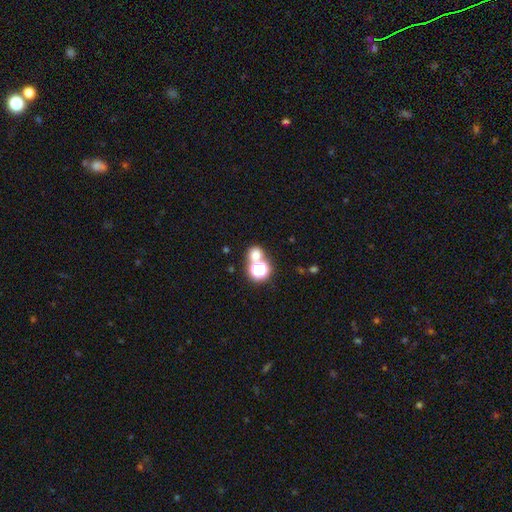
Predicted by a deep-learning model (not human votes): Smooth or featured? Predicted: smooth (p=0.65). How rounded? Predicted: round (p=0.82). Merging? Predicted: none (p=0.56).